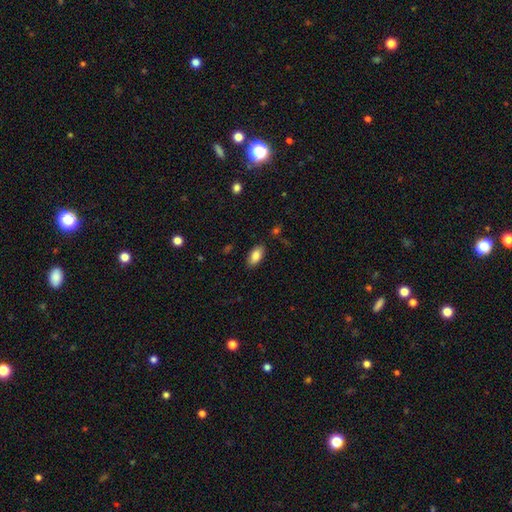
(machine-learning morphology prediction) A smooth galaxy with no disk features (85%) that is in between round and cigar-shaped (93%). Merging: none (86%).